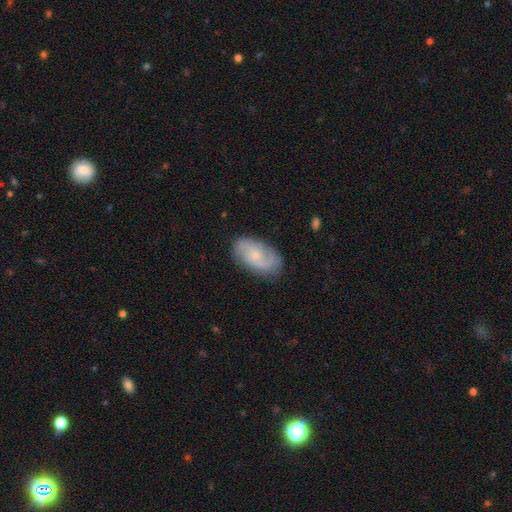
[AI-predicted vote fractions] smooth-or-featured: featured or disk: 66% | smooth: 27% | star or artifact: 7%
  disk-edge-on: no: 96% | yes: 4%
    bar: no: 58% | weak: 37% | strong: 5%
    has-spiral-arms: yes: 93% | no: 7%
      spiral-winding: medium: 47% | tight: 28% | loose: 25%
      spiral-arm-count: 2: 75% | can't tell: 13% | 3: 5% | 1: 3% | 4: 2% | more than 4: 2%
    bulge-size: small: 55% | moderate: 24% | none: 18% | large: 2% | dominant: 1%
  merging: none: 77% | minor disturbance: 17% | major disturbance: 5% | merger: 1%